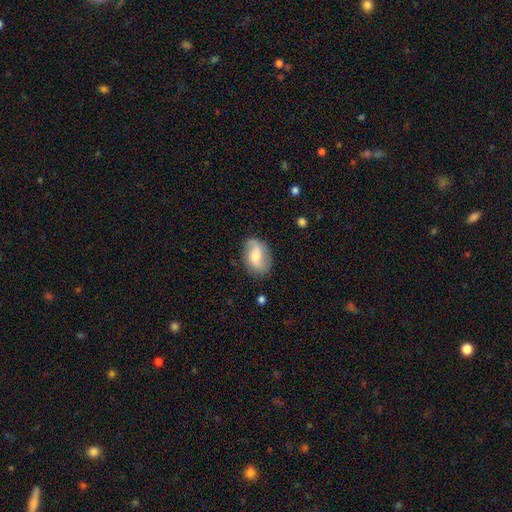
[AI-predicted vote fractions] smooth-or-featured: featured or disk: 47% | smooth: 45% | star or artifact: 7%
  merging: none: 74% | minor disturbance: 18% | major disturbance: 6% | merger: 2%